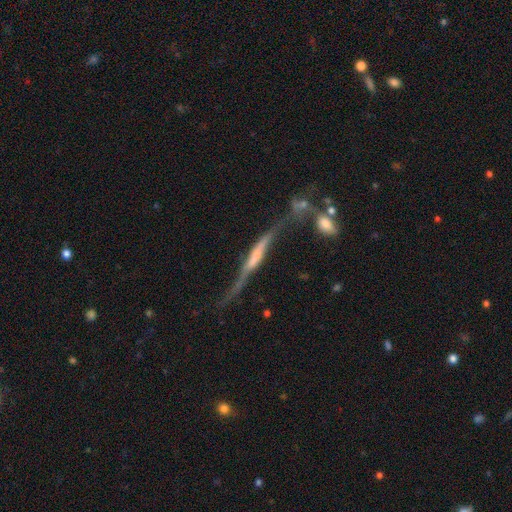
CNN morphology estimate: This is likely a featured or disk galaxy (74%). It is clearly viewed edge-on (85%). Edge-on bulge: marginally rounded (39%). Merging: marginally none (38%).